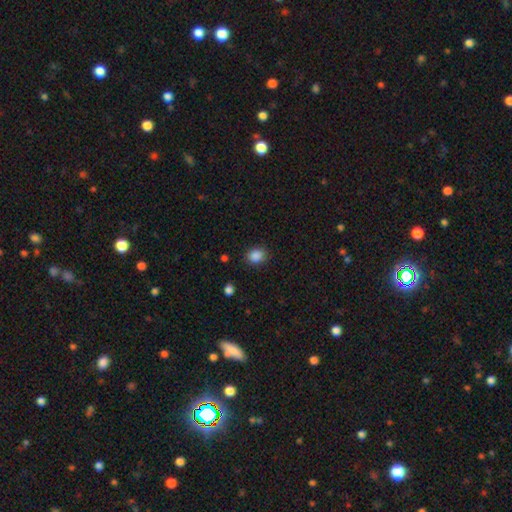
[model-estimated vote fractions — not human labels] Smooth or featured?
  - smooth: 87% *
  - star or artifact: 10%
  - featured or disk: 3%
How rounded?
  - round: 61% *
  - in between: 38%
  - cigar-shaped: 1%
Merging?
  - none: 86% *
  - minor disturbance: 10%
  - major disturbance: 3%
  - merger: 1%